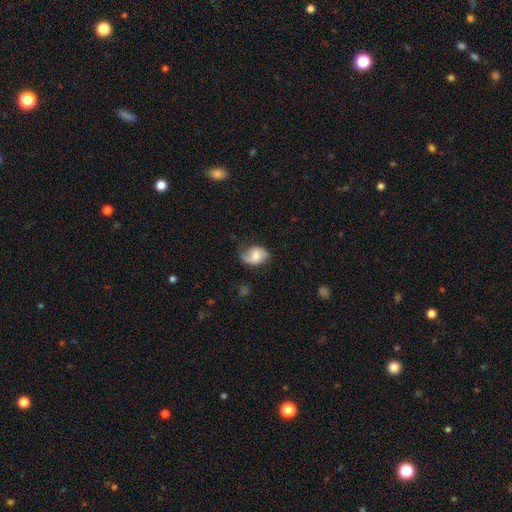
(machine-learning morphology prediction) Overall: smooth (59%; featured or disk 33%). How rounded: in between (77%). Merging: none (61%; minor disturbance 29%).